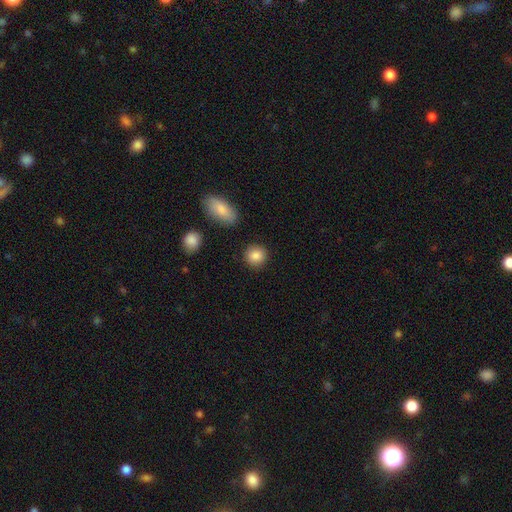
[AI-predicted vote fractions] Overall: smooth (87%). How rounded: round (88%). Merging: none (88%).